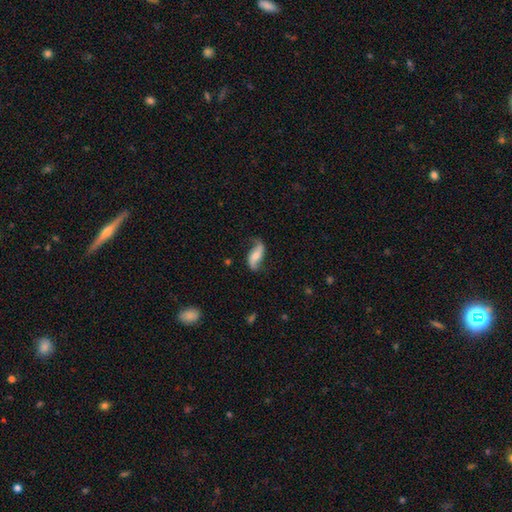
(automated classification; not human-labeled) A featured or disk galaxy (73%) with no bar (40%), 2 (91%) loose (85%) spiral arms (92%) and a moderate central bulge (46%). Merging: none (70%).